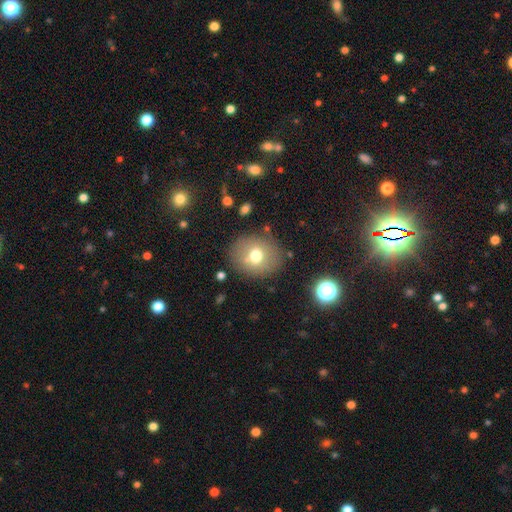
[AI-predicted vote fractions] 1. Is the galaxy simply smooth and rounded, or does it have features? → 67% smooth, 21% featured or disk, 12% star or artifact.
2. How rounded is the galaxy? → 69% round, 30% in between, 1% cigar-shaped.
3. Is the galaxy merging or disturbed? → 79% none, 12% minor disturbance, 5% major disturbance, 4% merger.